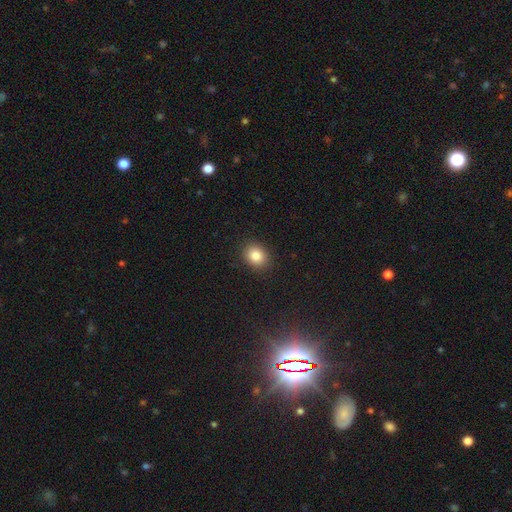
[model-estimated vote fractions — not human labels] This is clearly a smooth galaxy (85%). How rounded: possibly round (55%). Merging: clearly none (89%).